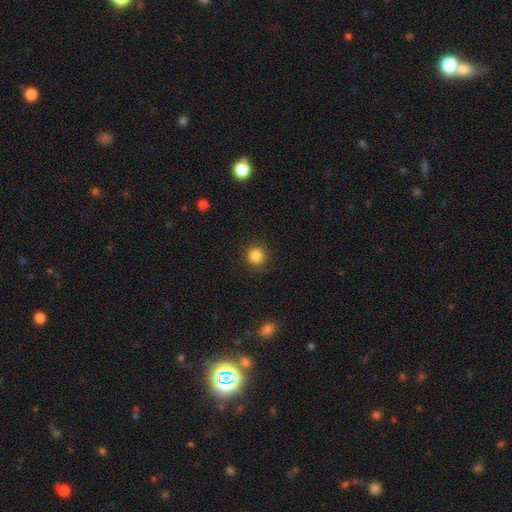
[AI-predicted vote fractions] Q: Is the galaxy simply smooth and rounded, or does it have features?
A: smooth — 85%.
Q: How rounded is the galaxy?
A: round — 94%.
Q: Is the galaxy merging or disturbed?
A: none — 91%.